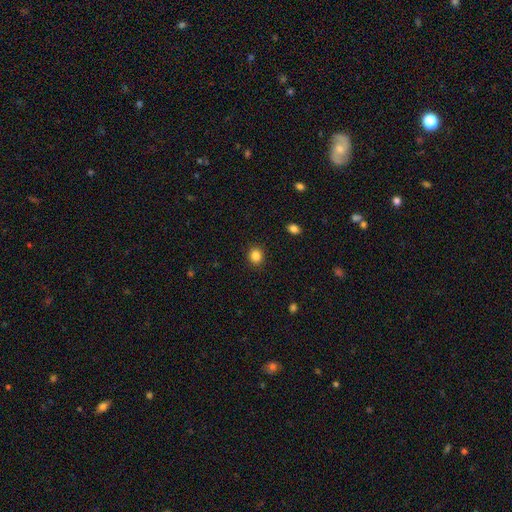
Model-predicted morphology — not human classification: This appears to be a smooth galaxy with no disk features (85%) that is round (78%). Merging: none (91%).